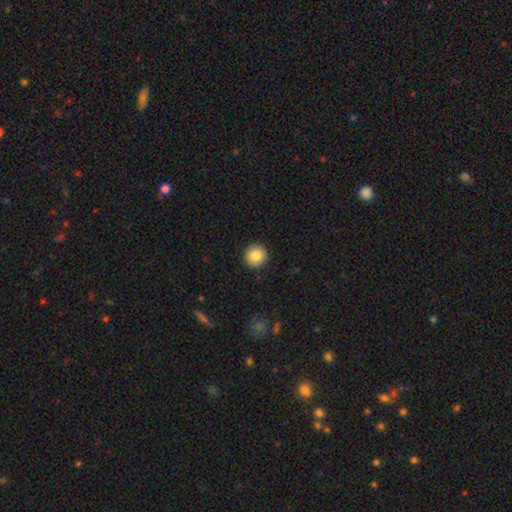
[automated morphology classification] This is clearly a smooth galaxy (85%). How rounded: clearly round (95%). Merging: clearly none (92%).